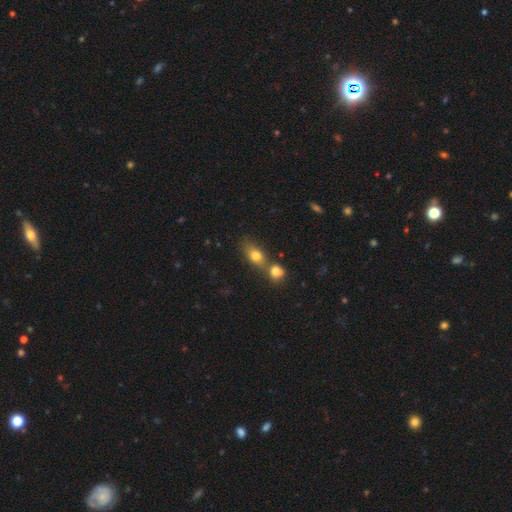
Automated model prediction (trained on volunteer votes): Morphology: type=smooth (76%); roundness=in between (70%); merging=merger (48%).